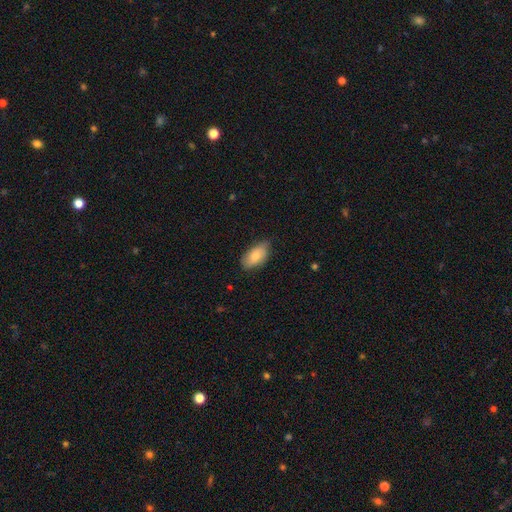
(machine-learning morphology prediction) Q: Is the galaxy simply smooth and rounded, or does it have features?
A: smooth — 80%.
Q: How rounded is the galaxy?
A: in between — 93%.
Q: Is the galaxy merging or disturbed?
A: none — 73%.